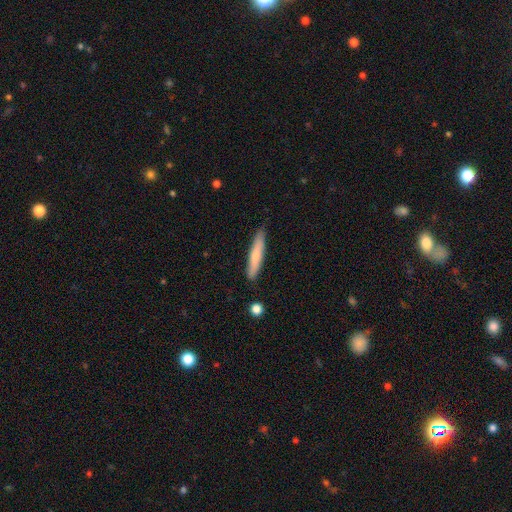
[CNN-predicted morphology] smooth 72%, featured or disk 22%, star or artifact 6%. Down the decision tree: how rounded — cigar-shaped (91%); merging — none (82%).